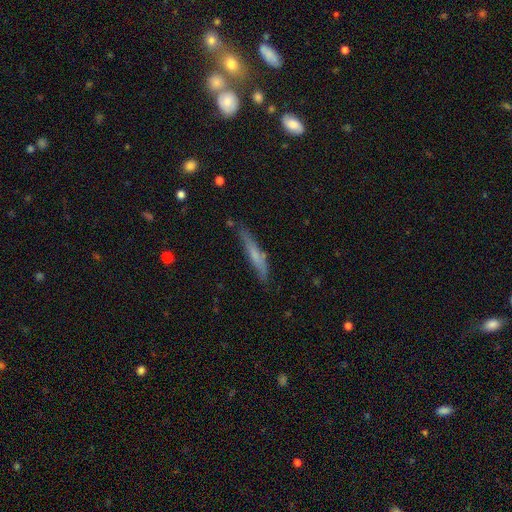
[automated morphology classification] Smooth or featured? smooth (54%)
How rounded? cigar-shaped (93%)
Merging? none (76%)